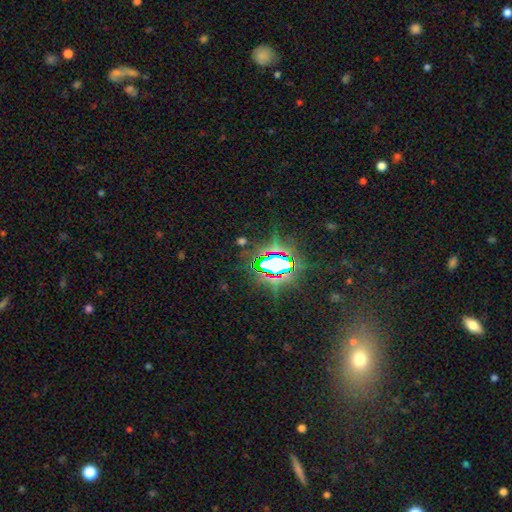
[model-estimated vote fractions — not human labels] Smooth or featured: star or artifact — 79% (smooth — 13%)